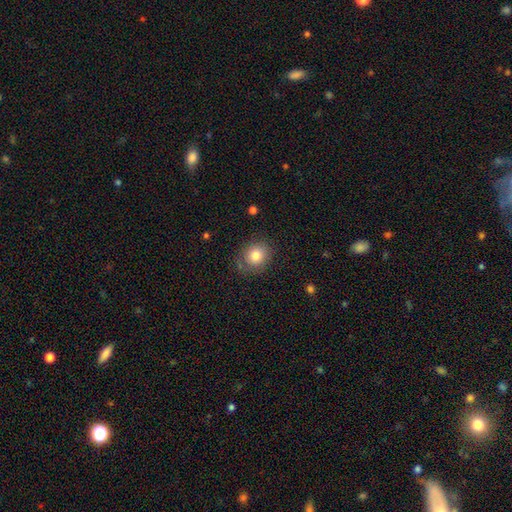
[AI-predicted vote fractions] A smooth galaxy with no disk features (79%) that is round (72%).

Vote fractions:
- Smooth or featured? smooth: 79% / featured or disk: 12% / star or artifact: 10%
- How rounded? round: 72% / in between: 27% / cigar-shaped: 1%
- Merging? none: 75% / minor disturbance: 17% / major disturbance: 6% / merger: 2%